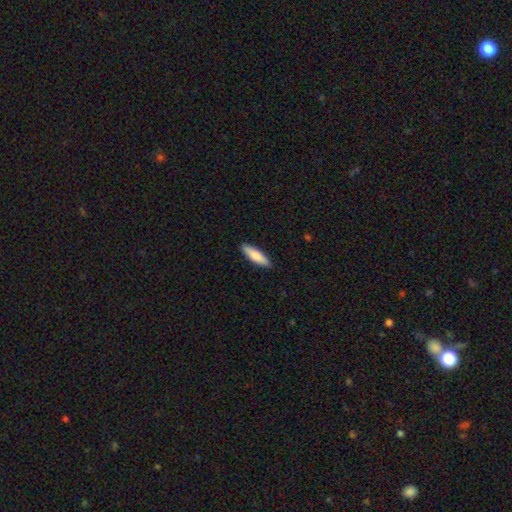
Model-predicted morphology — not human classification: Smooth or featured? smooth (82%)
How rounded? cigar-shaped (62%)
Merging? none (90%)